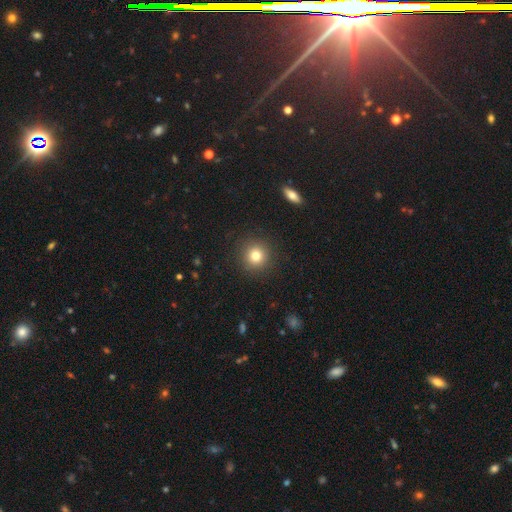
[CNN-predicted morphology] smooth 80%, star or artifact 13%, featured or disk 8%. Down the decision tree: how rounded — round (94%); merging — none (91%).